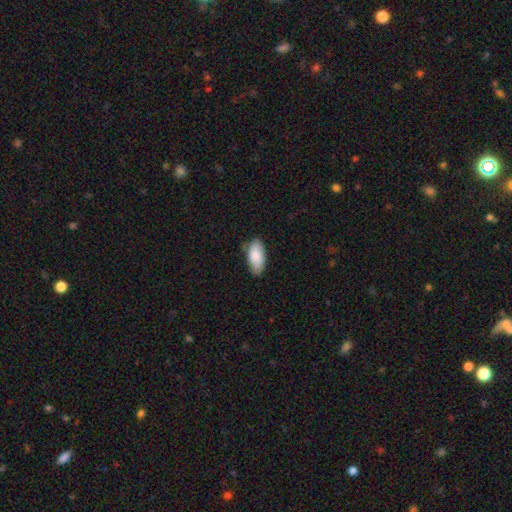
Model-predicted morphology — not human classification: This appears to be a smooth galaxy with no disk features (83%) that is in between round and cigar-shaped (91%). Merging: none (72%).